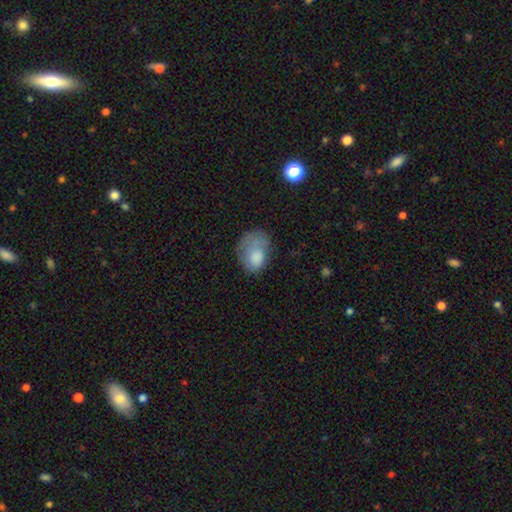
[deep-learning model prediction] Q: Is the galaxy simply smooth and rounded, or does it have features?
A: smooth — 75%.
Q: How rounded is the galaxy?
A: in between — 77%.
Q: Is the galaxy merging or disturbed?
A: major disturbance — 33%.